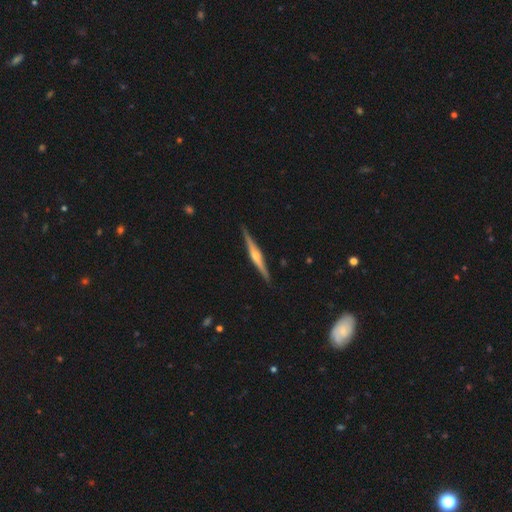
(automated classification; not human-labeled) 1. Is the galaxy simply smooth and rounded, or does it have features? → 80% featured or disk, 15% smooth, 5% star or artifact.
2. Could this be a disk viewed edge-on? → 98% yes, 2% no.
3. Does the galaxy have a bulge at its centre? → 88% rounded, 6% boxy, 6% none.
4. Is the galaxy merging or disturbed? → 91% none, 7% minor disturbance, 1% major disturbance, 1% merger.